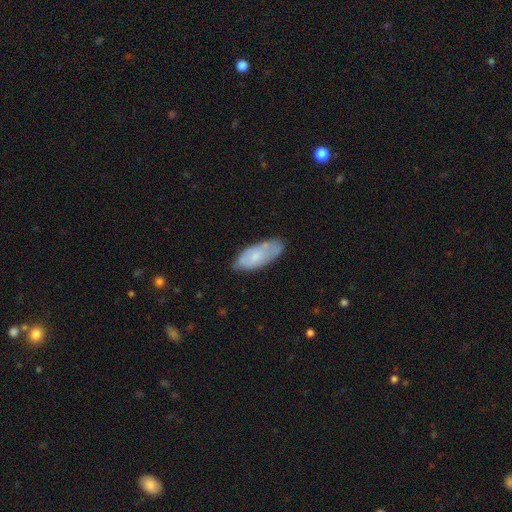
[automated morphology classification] Smooth or featured: smooth — 66% (featured or disk — 28%)
How rounded: in between — 83% (cigar-shaped — 15%)
Merging: none — 66% (minor disturbance — 26%)